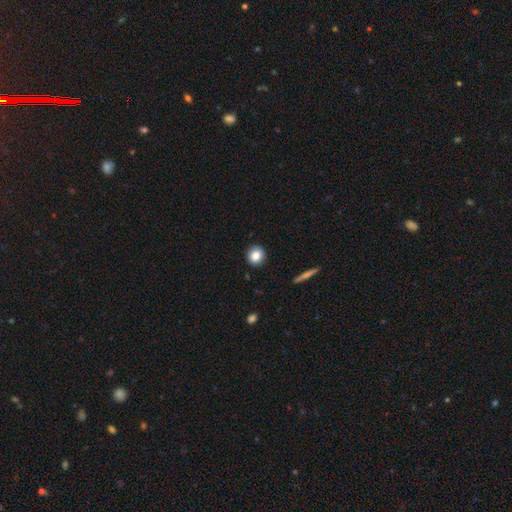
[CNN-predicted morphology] smooth-or-featured: smooth: 82% | star or artifact: 9% | featured or disk: 9%
  how-rounded: round: 89% | in between: 10% | cigar-shaped: 1%
  merging: none: 90% | minor disturbance: 7% | major disturbance: 2% | merger: 1%